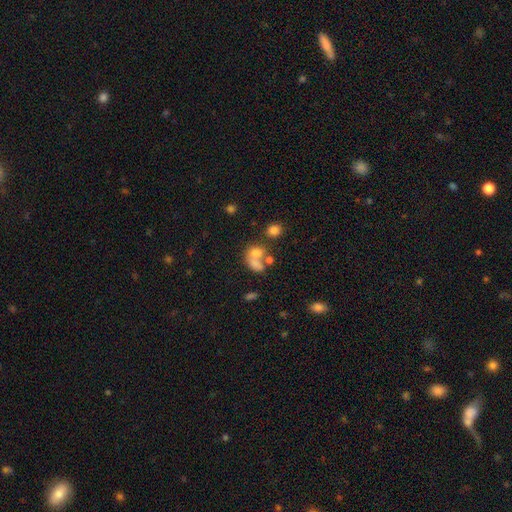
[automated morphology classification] A smooth galaxy with no disk features (67%) that is in between round and cigar-shaped (57%). Merging: merger (51%).